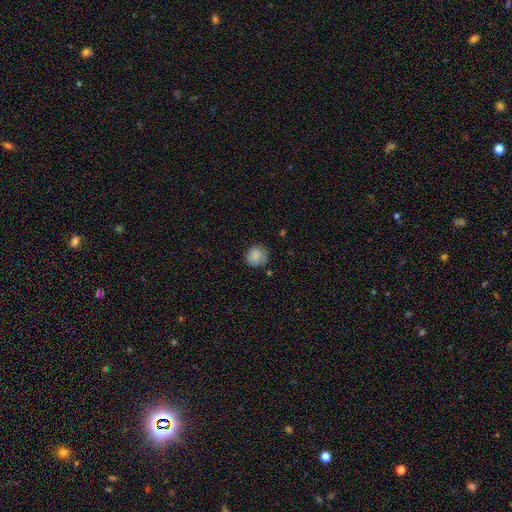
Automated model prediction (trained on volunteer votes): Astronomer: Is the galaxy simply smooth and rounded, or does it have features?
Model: smooth — 84%.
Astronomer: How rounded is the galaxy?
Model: round — 86%.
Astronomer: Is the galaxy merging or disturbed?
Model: none — 77%.